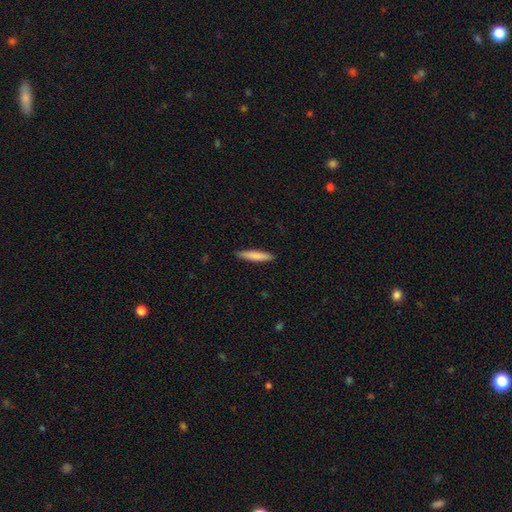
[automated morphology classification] Overall: smooth (81%). How rounded: cigar-shaped (88%). Merging: none (88%).